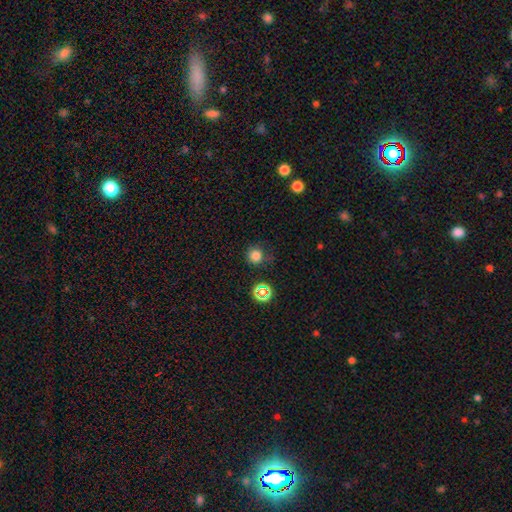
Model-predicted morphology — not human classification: smooth 78%, star or artifact 17%, featured or disk 5%. Down the decision tree: how rounded — round (93%); merging — none (79%).